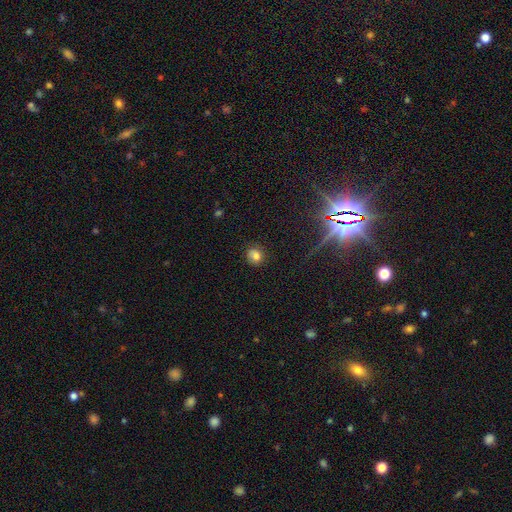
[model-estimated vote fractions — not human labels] smooth 76%, star or artifact 14%, featured or disk 9%. Down the decision tree: how rounded — round (82%); merging — none (80%).